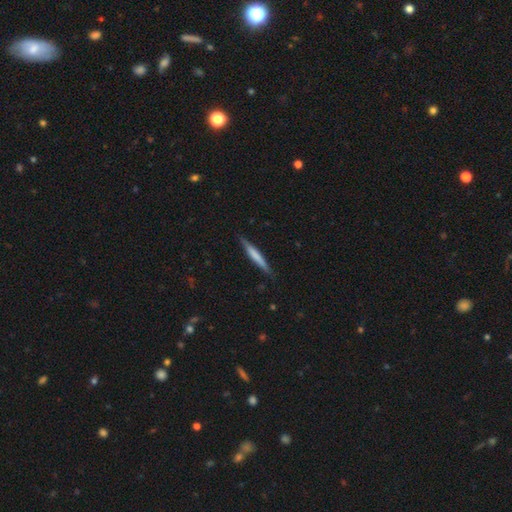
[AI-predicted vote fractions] smooth_or_featured: smooth (p=0.57) [alt: featured or disk p=0.38]
how_rounded: cigar-shaped (p=0.95) [alt: in between p=0.04]
merging: none (p=0.88) [alt: minor disturbance p=0.10]